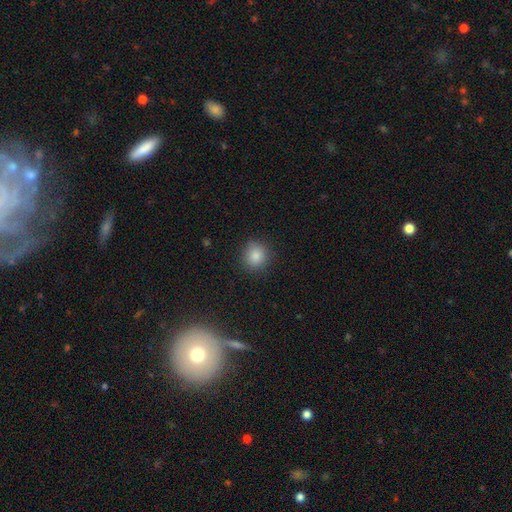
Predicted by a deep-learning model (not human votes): Smooth or featured? smooth (85%)
How rounded? round (87%)
Merging? none (87%)